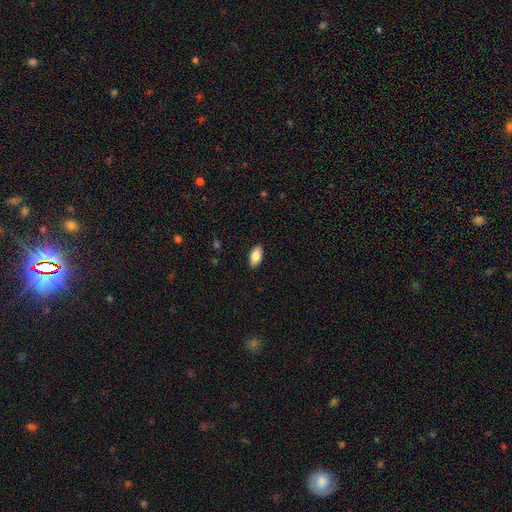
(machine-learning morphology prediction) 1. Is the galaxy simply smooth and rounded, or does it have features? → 83% smooth, 11% featured or disk, 7% star or artifact.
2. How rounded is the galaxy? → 91% in between, 7% cigar-shaped, 3% round.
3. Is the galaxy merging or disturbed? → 89% none, 8% minor disturbance, 2% major disturbance, 1% merger.